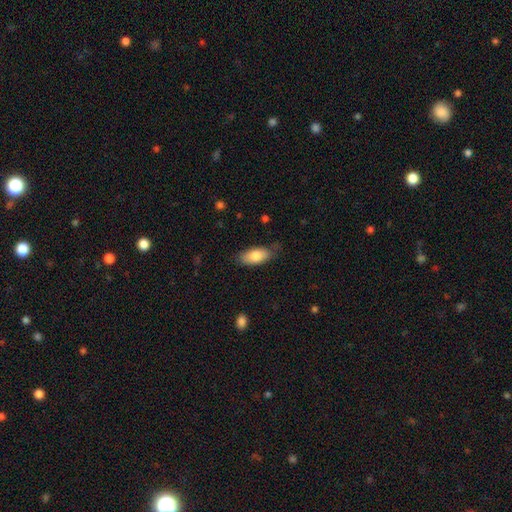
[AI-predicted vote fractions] Morphology: type=smooth (81%); roundness=in between (88%); merging=none (77%).